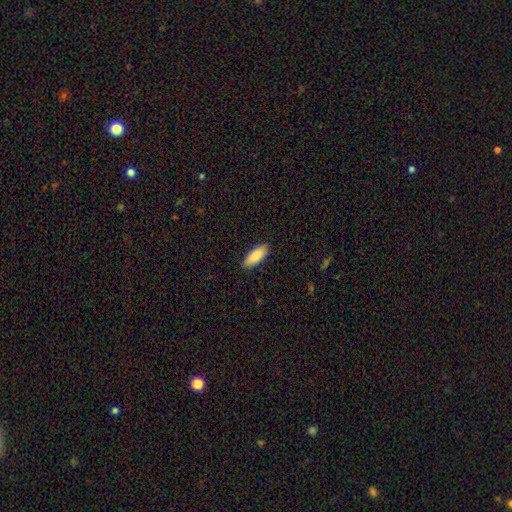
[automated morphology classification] Smooth or featured? smooth (88%)
How rounded? in between (78%)
Merging? none (88%)